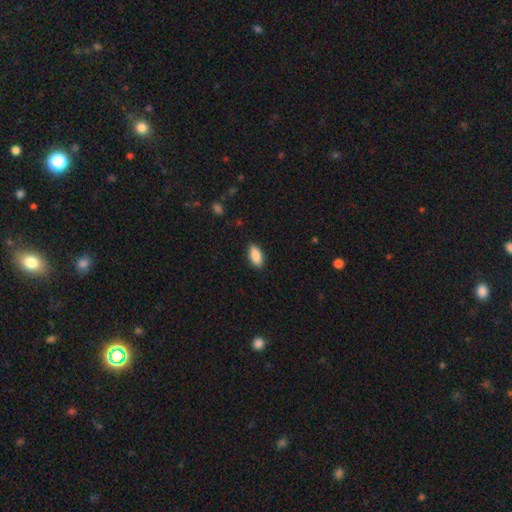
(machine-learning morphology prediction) This is clearly a smooth galaxy (88%). How rounded: clearly in between (91%). Merging: clearly none (87%).